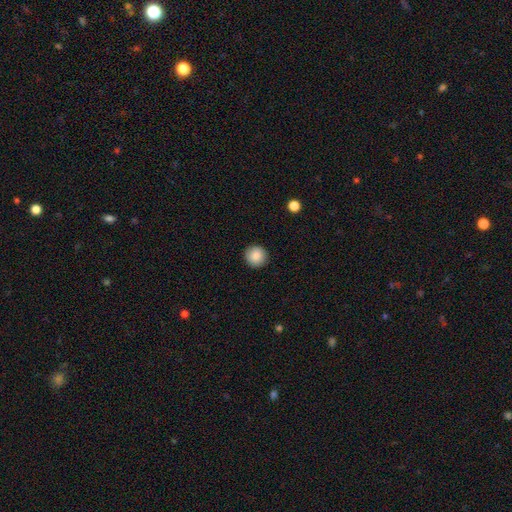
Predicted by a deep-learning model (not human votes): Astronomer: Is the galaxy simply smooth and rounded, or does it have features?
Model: smooth — 87%.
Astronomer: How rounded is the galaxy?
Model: round — 95%.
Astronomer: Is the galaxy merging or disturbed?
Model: none — 92%.